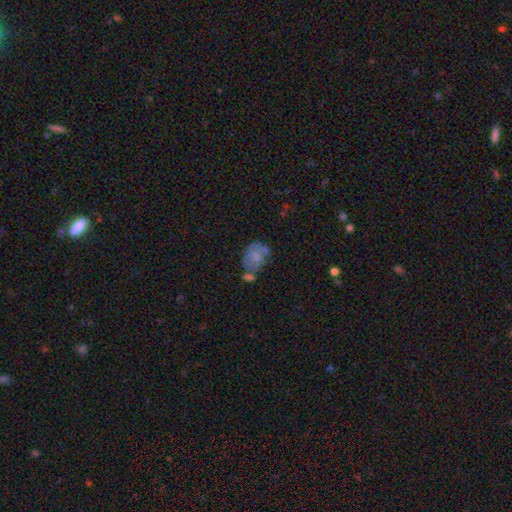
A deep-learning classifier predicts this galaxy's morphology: A smooth galaxy with no disk features (53%) that is in between round and cigar-shaped (60%).

Vote fractions:
- Smooth or featured? smooth: 53% / featured or disk: 37% / star or artifact: 10%
- How rounded? in between: 60% / round: 39% / cigar-shaped: 1%
- Merging? none: 37% / merger: 25% / minor disturbance: 23% / major disturbance: 15%